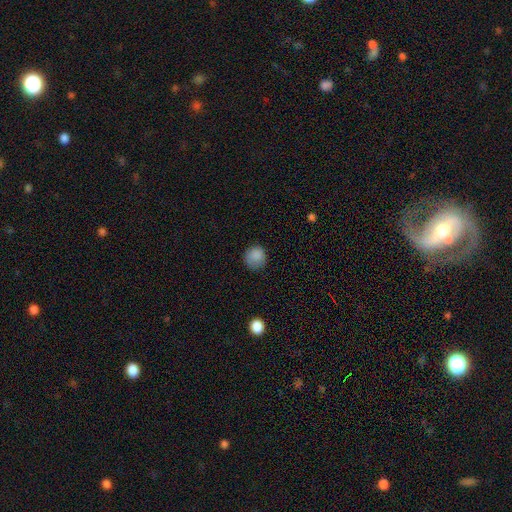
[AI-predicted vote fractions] smooth_or_featured: smooth (p=0.86) [alt: star or artifact p=0.10]
how_rounded: round (p=0.91) [alt: in between p=0.08]
merging: none (p=0.79) [alt: minor disturbance p=0.16]